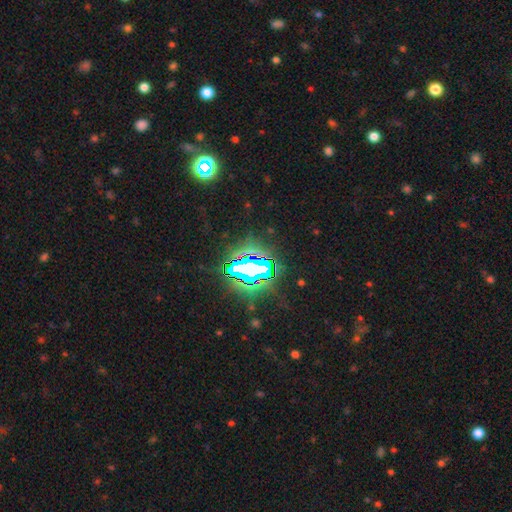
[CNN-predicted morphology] This appears to be a star or artifact, not a galaxy (79%).